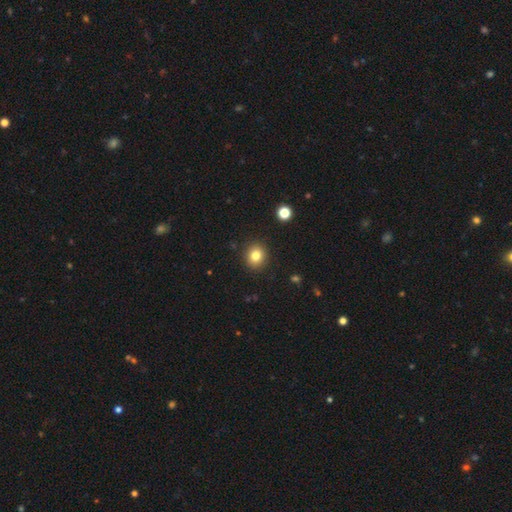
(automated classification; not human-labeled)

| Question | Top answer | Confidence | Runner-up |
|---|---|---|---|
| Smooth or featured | smooth | 81% | star or artifact (12%) |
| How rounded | round | 76% | in between (23%) |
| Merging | none | 91% | minor disturbance (6%) |